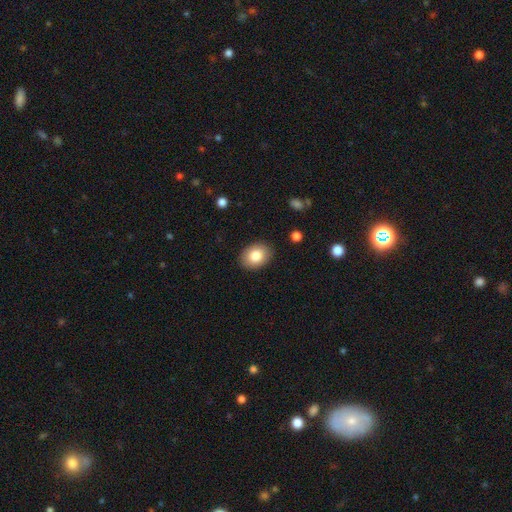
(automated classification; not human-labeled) This appears to be a smooth galaxy with no disk features (83%) that is in between round and cigar-shaped (68%). Merging: none (88%).